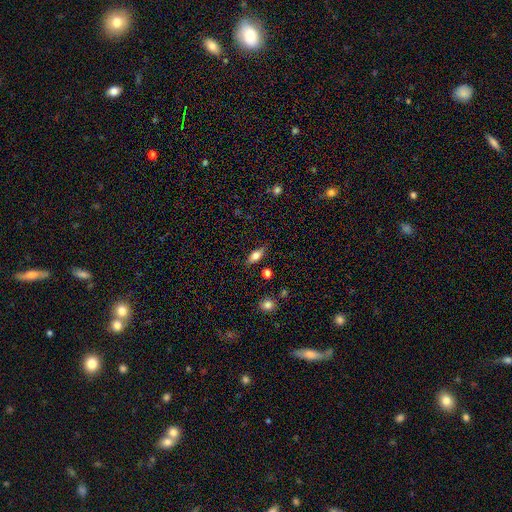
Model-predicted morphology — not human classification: A smooth galaxy with no disk features (62%) that is in between round and cigar-shaped (71%). Merging: none (81%).